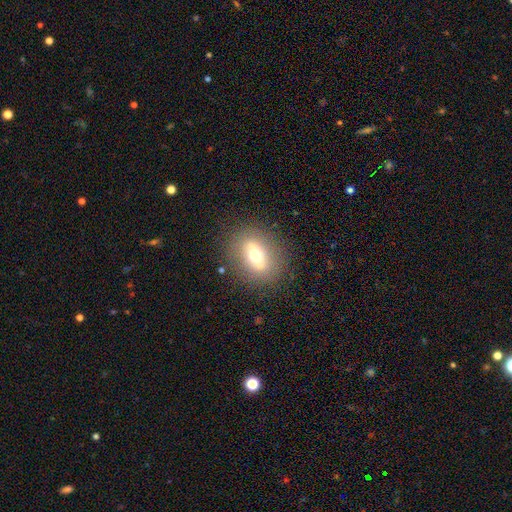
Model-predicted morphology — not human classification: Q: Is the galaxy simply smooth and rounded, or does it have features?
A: smooth — 53%.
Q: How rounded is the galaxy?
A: in between — 53%.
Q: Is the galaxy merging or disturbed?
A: none — 83%.